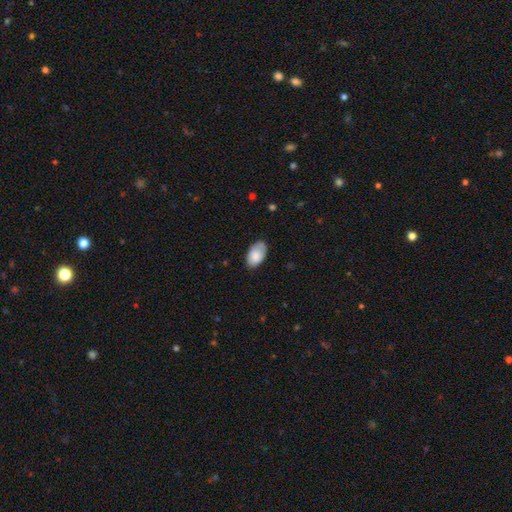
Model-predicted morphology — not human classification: Overall: smooth (82%). How rounded: in between (94%). Merging: none (71%).